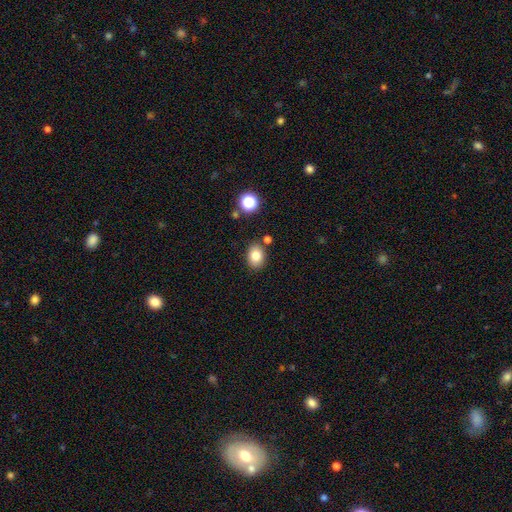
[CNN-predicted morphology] Smooth or featured: smooth — 81% (star or artifact — 11%)
How rounded: in between — 65% (round — 34%)
Merging: none — 82% (minor disturbance — 11%)